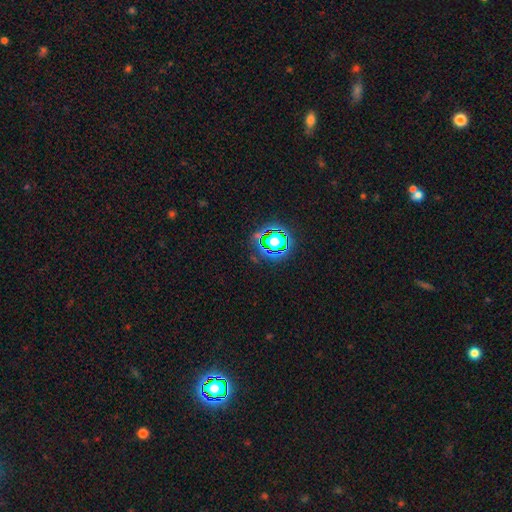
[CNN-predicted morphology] star or artifact 76%, smooth 15%, featured or disk 9%.